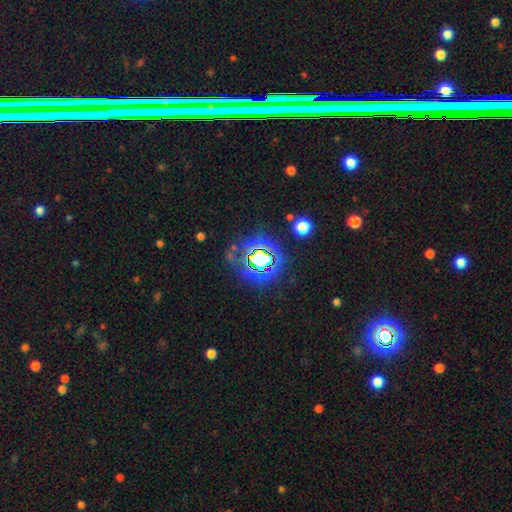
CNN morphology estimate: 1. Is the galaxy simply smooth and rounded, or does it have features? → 74% star or artifact, 14% smooth, 12% featured or disk.